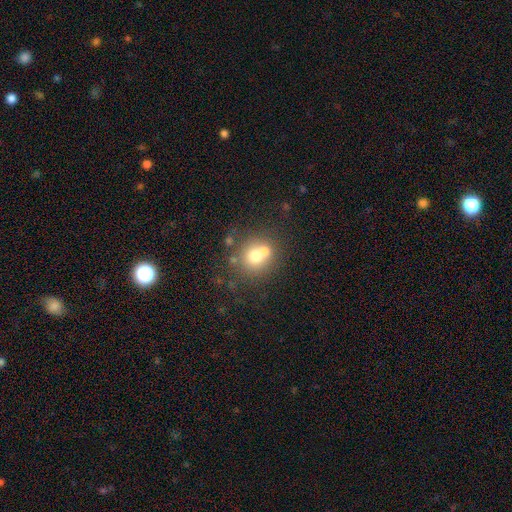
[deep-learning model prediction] This appears to be a smooth galaxy with no disk features (67%) that is round (83%). Merging: none (46%).